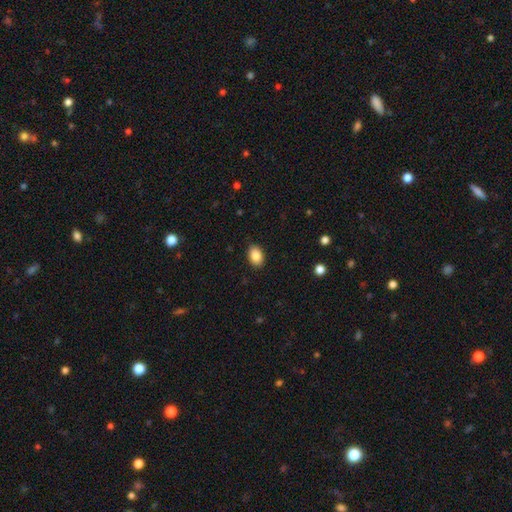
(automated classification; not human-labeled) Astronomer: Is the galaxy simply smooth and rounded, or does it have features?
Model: smooth — 87%.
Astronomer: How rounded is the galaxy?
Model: in between — 84%.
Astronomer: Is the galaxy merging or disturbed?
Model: none — 89%.